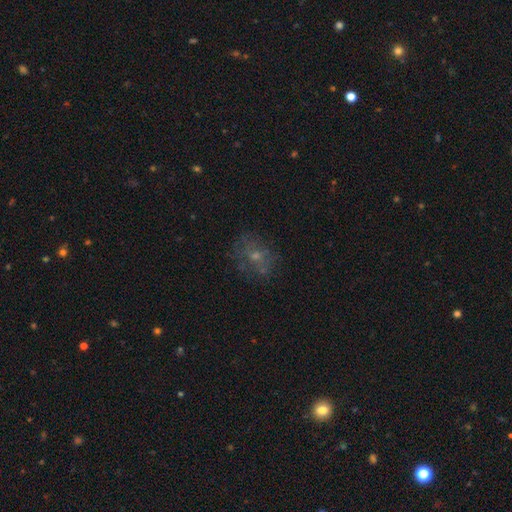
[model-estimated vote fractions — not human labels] A smooth galaxy with no disk features (42%). Merging: none (64%).